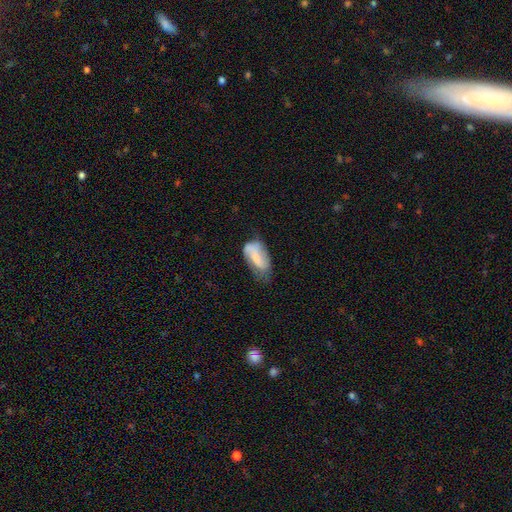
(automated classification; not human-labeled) Smooth or featured: smooth — 60% (featured or disk — 33%)
How rounded: in between — 91% (cigar-shaped — 5%)
Merging: minor disturbance — 39% (none — 37%)